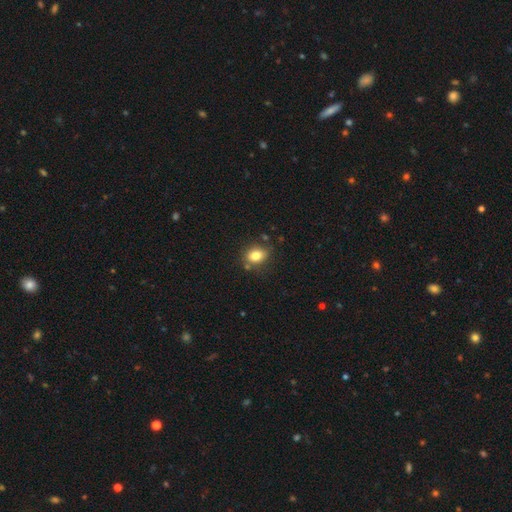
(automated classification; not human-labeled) Smooth or featured? Predicted: smooth (p=0.82). How rounded? Predicted: in between (p=0.63). Merging? Predicted: none (p=0.74).